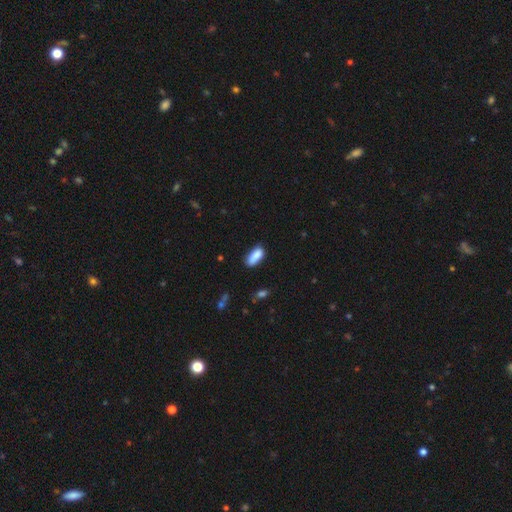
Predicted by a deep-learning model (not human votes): Smooth or featured? smooth (86%)
How rounded? in between (81%)
Merging? none (66%)